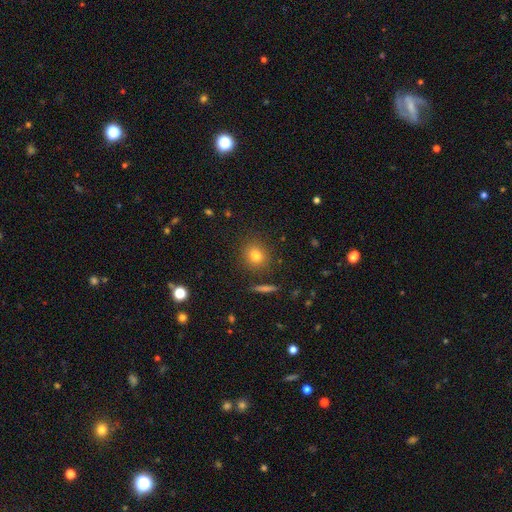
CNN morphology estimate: A smooth galaxy with no disk features (78%) that is round (84%). Merging: none (87%).